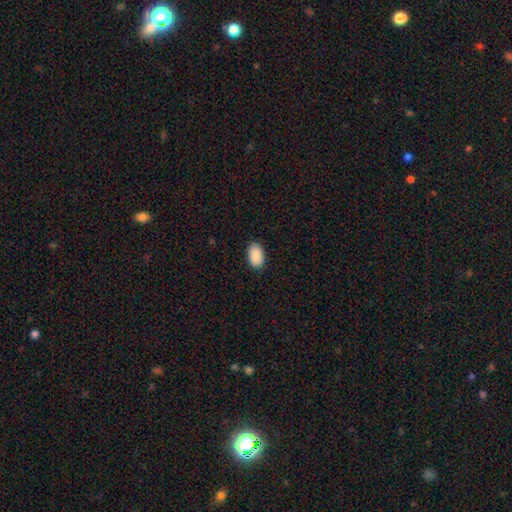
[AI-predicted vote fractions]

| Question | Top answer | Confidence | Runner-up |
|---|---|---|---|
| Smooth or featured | smooth | 91% | star or artifact (6%) |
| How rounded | in between | 94% | round (5%) |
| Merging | none | 89% | minor disturbance (8%) |